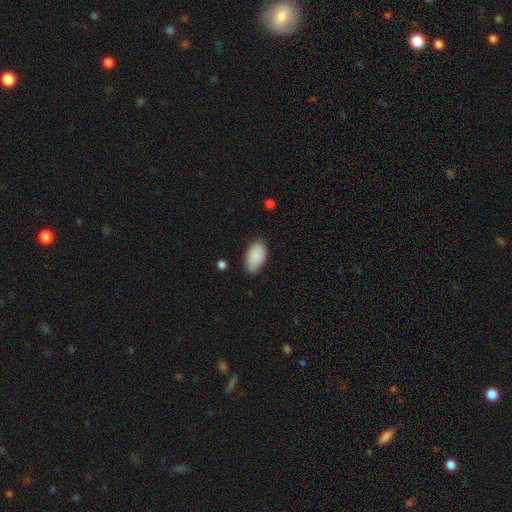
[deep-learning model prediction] This is clearly a smooth galaxy (89%). How rounded: clearly in between (95%). Merging: clearly none (80%).